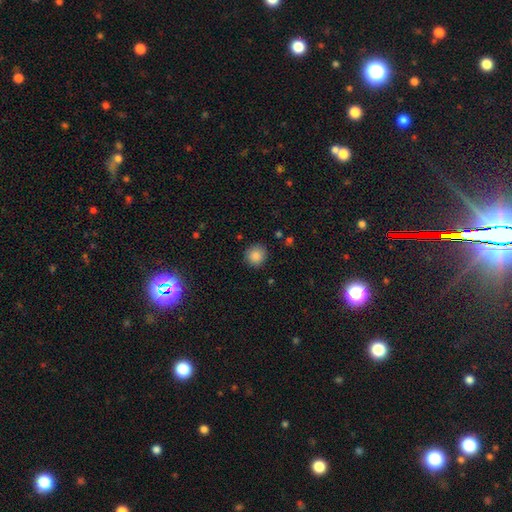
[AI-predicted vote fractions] A smooth galaxy with no disk features (86%) that is round (91%). Merging: none (88%).